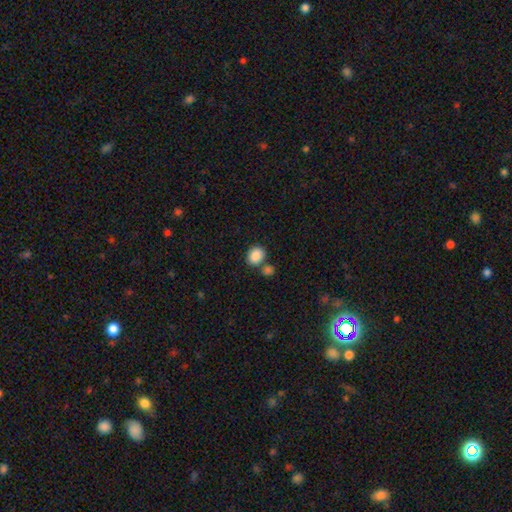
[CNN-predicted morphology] smooth_or_featured: smooth (p=0.88) [alt: star or artifact p=0.08]
how_rounded: round (p=0.51) [alt: in between p=0.48]
merging: none (p=0.64) [alt: merger p=0.21]